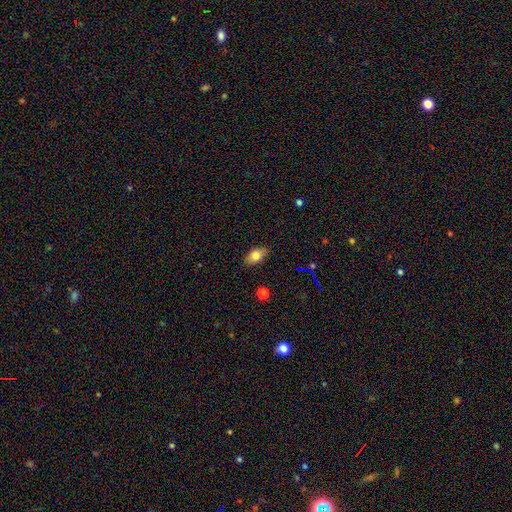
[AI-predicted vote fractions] The model was most divided on "smooth or featured": smooth: 76%, featured or disk: 15%, star or artifact: 9%. More confident: how rounded — in between (86%); merging — none (85%).